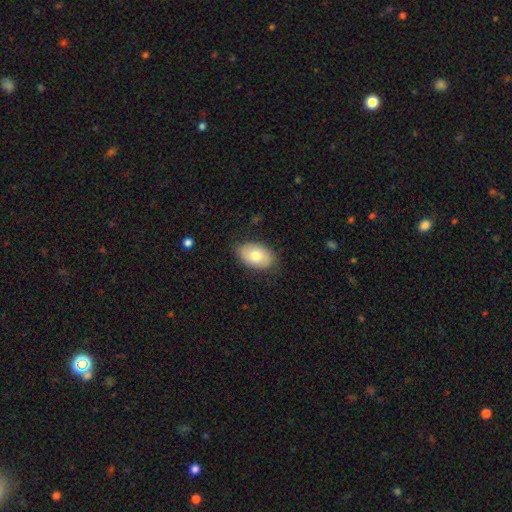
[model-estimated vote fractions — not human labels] This appears to be a smooth galaxy with no disk features (76%) that is in between round and cigar-shaped (90%). Merging: none (81%).